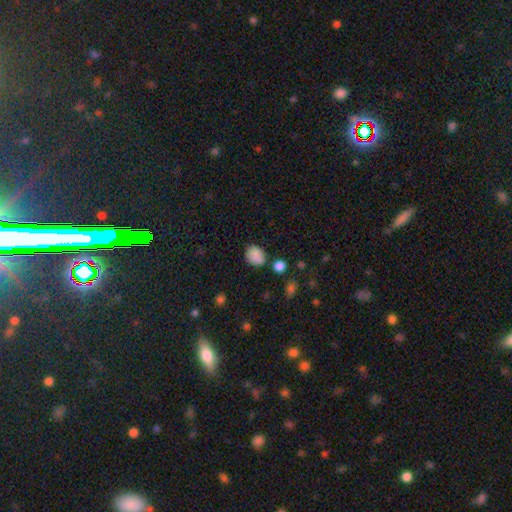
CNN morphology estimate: This is clearly a smooth galaxy (85%). How rounded: possibly in between (51%). Merging: likely none (70%).